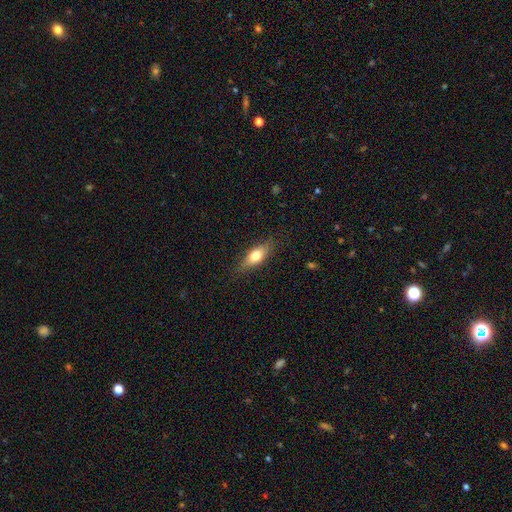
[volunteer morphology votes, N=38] smooth-or-featured: smooth: 76% | featured or disk: 18% | star or artifact: 5%
  how-rounded: in between: 76% | cigar-shaped: 24% | round: 0%
  merging: none: 69% | minor disturbance: 22% | major disturbance: 8% | merger: 0%